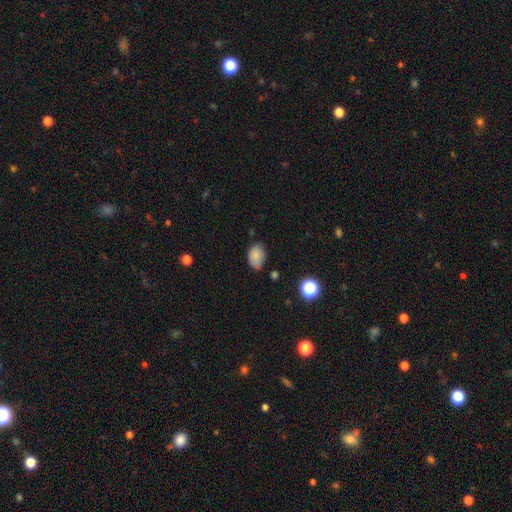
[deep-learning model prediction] smooth 82%, star or artifact 10%, featured or disk 8%. Down the decision tree: how rounded — in between (78%); merging — none (62%).